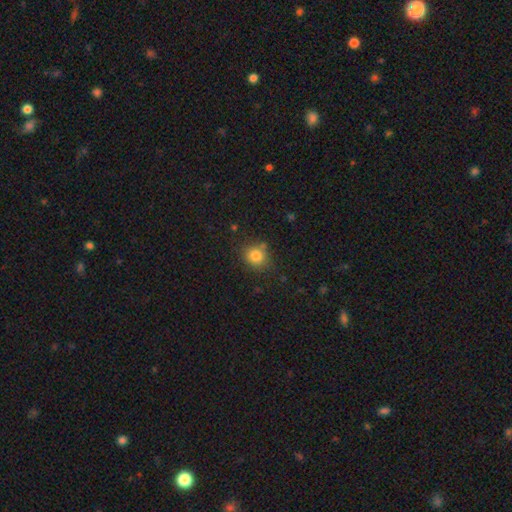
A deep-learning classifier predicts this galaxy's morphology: Overall: smooth (82%). How rounded: round (74%). Merging: none (76%).